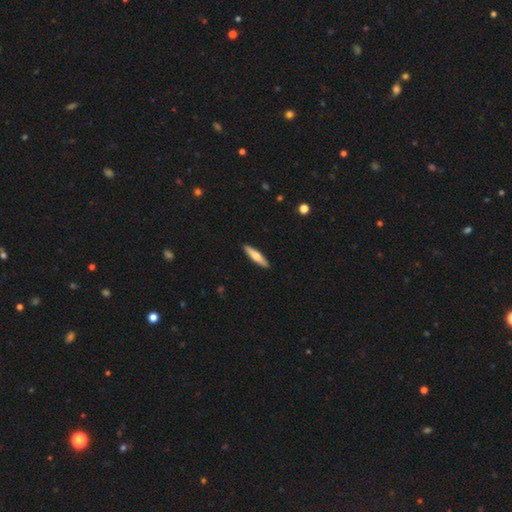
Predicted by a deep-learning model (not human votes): Smooth or featured? smooth (58%)
How rounded? cigar-shaped (78%)
Merging? none (91%)